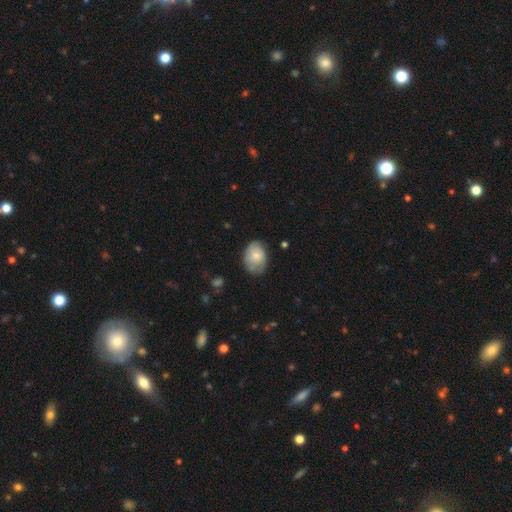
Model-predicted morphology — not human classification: A smooth galaxy with no disk features (70%) that is in between round and cigar-shaped (78%).

Vote fractions:
- Smooth or featured? smooth: 70% / featured or disk: 23% / star or artifact: 7%
- How rounded? in between: 78% / round: 21% / cigar-shaped: 1%
- Merging? none: 61% / minor disturbance: 30% / major disturbance: 7% / merger: 2%